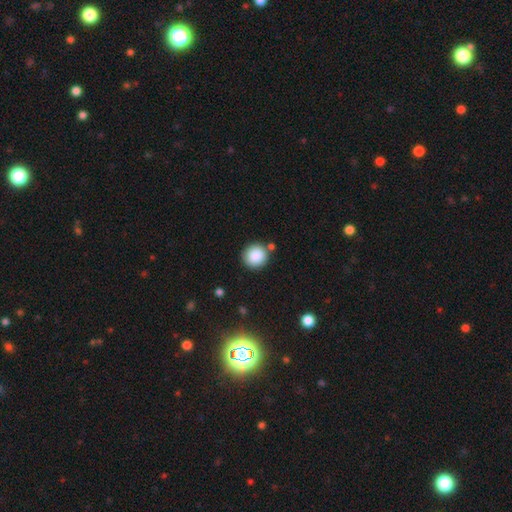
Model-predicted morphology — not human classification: Overall: smooth (87%). How rounded: round (92%). Merging: none (83%).